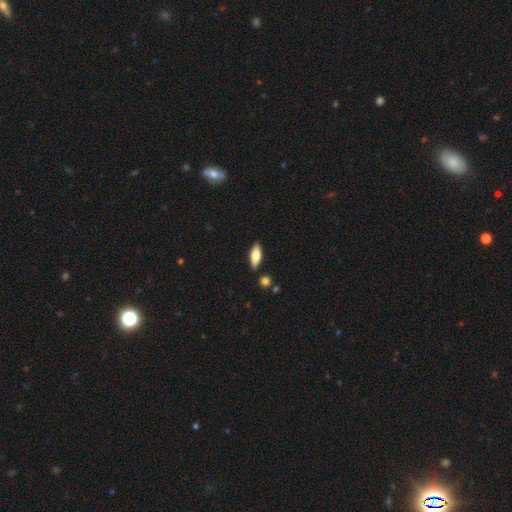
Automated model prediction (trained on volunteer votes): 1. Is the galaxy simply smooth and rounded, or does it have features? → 71% smooth, 23% featured or disk, 6% star or artifact.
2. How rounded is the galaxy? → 72% in between, 26% cigar-shaped, 2% round.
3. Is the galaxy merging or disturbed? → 87% none, 9% minor disturbance, 3% merger, 2% major disturbance.